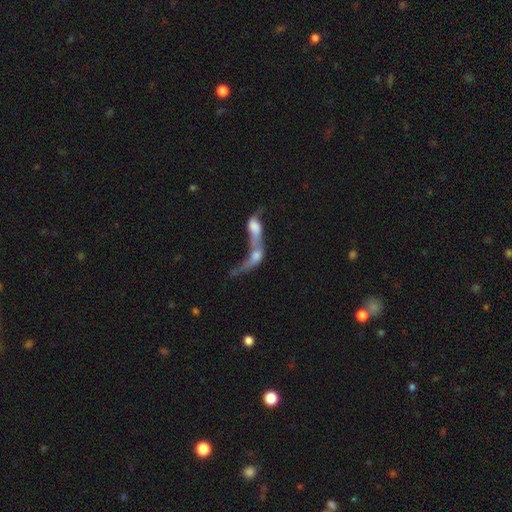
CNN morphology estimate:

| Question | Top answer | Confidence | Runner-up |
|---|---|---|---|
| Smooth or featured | smooth | 46% | featured or disk (43%) |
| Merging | merger | 80% | major disturbance (11%) |